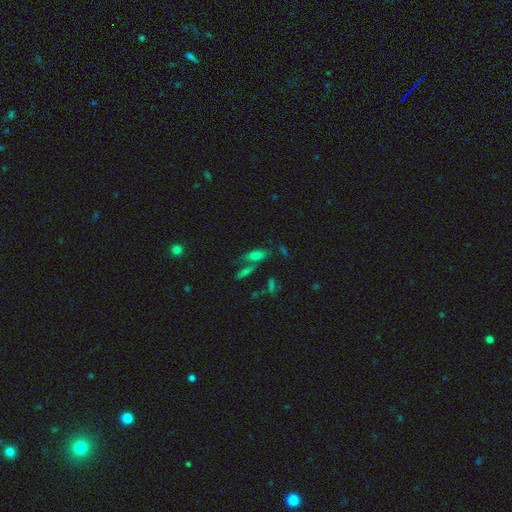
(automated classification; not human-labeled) Morphology: type=smooth (54%); roundness=in between (64%); merging=none (53%).